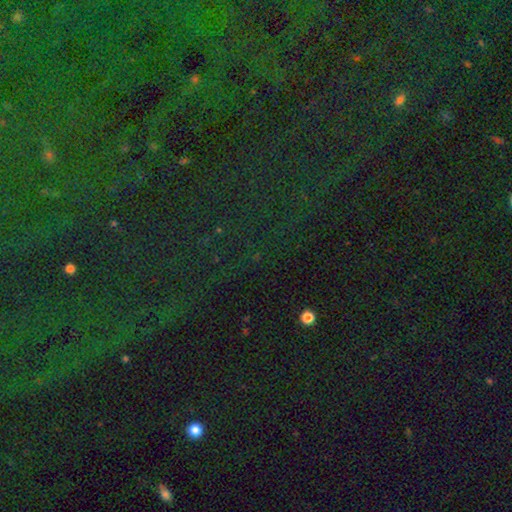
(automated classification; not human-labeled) Smooth or featured?
  - star or artifact: 84% *
  - smooth: 9%
  - featured or disk: 7%